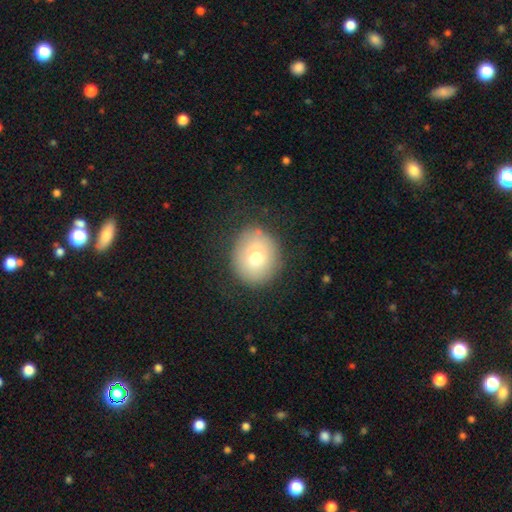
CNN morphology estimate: Overall: smooth (72%). How rounded: round (78%). Merging: none (82%).